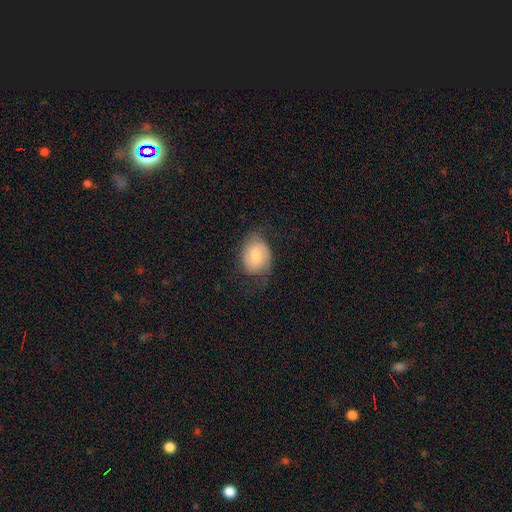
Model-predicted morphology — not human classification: This appears to be a smooth galaxy with no disk features (50%). Merging: none (59%).